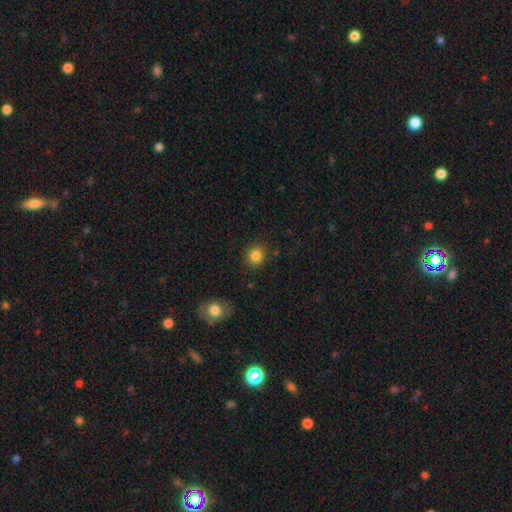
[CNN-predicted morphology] Smooth or featured? smooth (84%)
How rounded? round (81%)
Merging? none (88%)